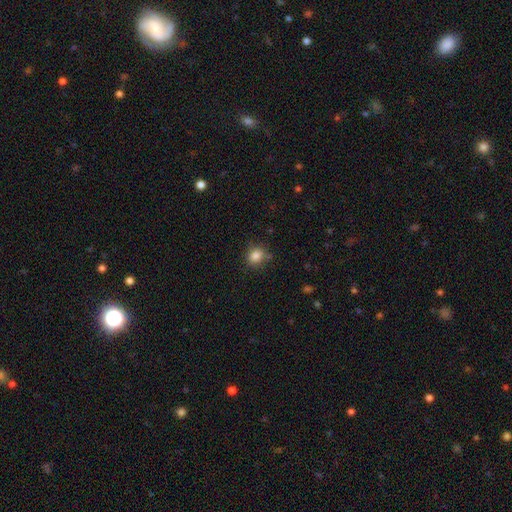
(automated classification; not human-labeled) Smooth or featured? Predicted: smooth (p=0.84). How rounded? Predicted: round (p=0.71). Merging? Predicted: none (p=0.75).